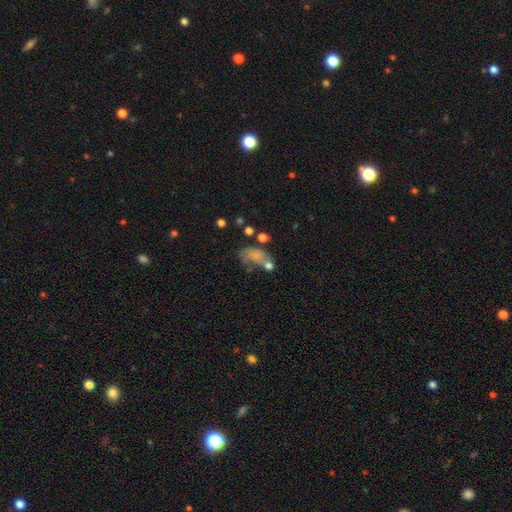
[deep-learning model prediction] smooth_or_featured: smooth (p=0.65) [alt: featured or disk p=0.23]
how_rounded: in between (p=0.86) [alt: round p=0.10]
merging: none (p=0.30) [alt: merger p=0.24]